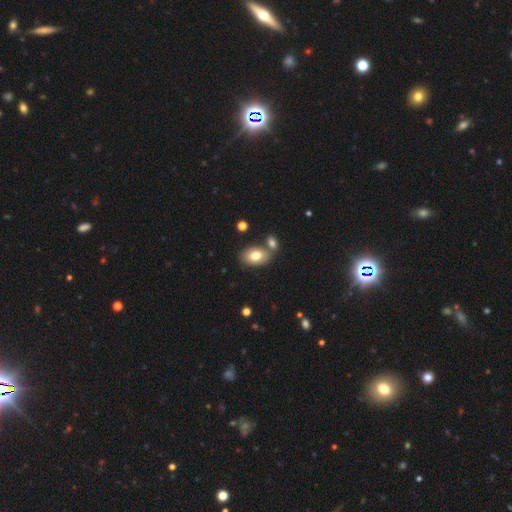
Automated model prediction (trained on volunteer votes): This is likely a smooth galaxy (78%). How rounded: clearly in between (88%). Merging: likely none (64%).